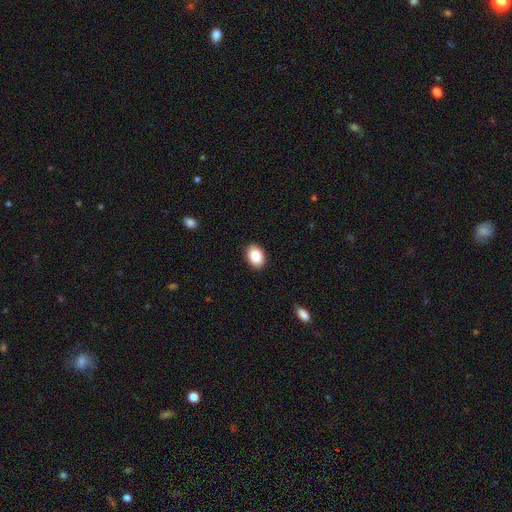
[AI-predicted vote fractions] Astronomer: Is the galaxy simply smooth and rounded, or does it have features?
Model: smooth — 88%.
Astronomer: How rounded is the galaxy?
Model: in between — 81%.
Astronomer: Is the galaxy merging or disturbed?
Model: none — 89%.